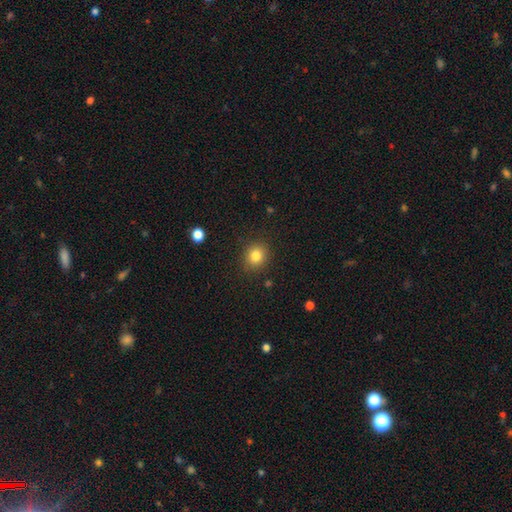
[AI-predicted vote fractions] Morphology: type=smooth (83%); roundness=round (81%); merging=none (89%).